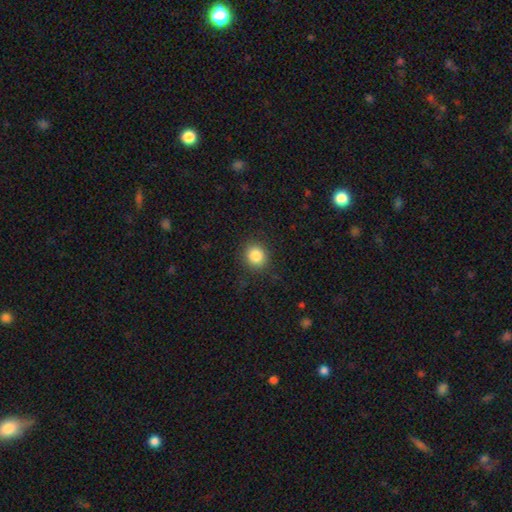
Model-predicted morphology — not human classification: Smooth or featured?
  - smooth: 85% *
  - star or artifact: 10%
  - featured or disk: 5%
How rounded?
  - round: 83% *
  - in between: 17%
  - cigar-shaped: 1%
Merging?
  - none: 89% *
  - minor disturbance: 8%
  - major disturbance: 3%
  - merger: 1%